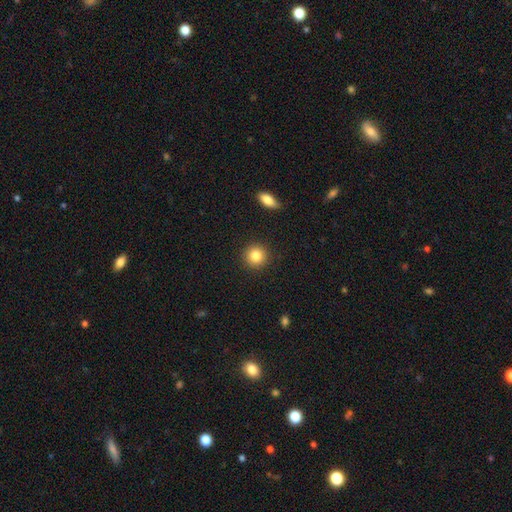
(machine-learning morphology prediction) smooth-or-featured: smooth: 84% | star or artifact: 9% | featured or disk: 7%
  how-rounded: round: 93% | in between: 6% | cigar-shaped: 1%
  merging: none: 91% | minor disturbance: 5% | major disturbance: 2% | merger: 1%